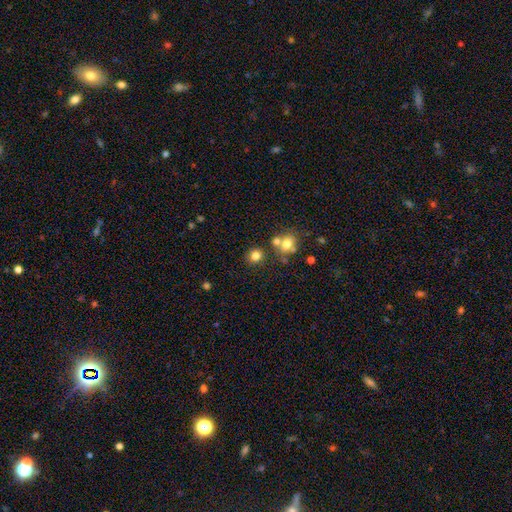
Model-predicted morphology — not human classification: smooth-or-featured: smooth: 78% | star or artifact: 14% | featured or disk: 8%
  how-rounded: round: 84% | in between: 15% | cigar-shaped: 1%
  merging: none: 73% | merger: 15% | minor disturbance: 8% | major disturbance: 3%